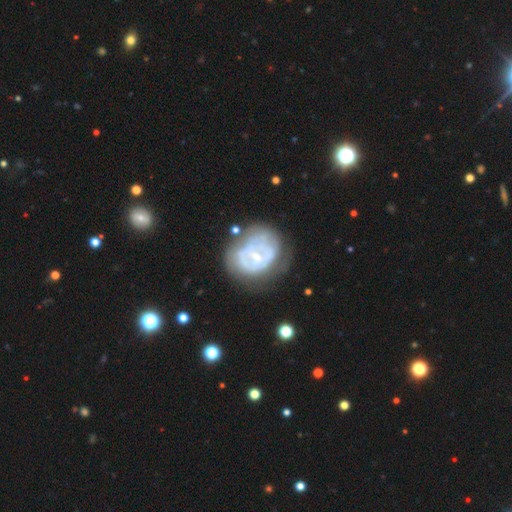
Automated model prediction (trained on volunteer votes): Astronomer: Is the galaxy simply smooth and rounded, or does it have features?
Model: featured or disk — 66%.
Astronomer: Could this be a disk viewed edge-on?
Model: no — 97%.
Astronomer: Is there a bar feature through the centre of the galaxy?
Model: no — 68%.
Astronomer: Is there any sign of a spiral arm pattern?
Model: no — 53% (runner-up: yes, 47%).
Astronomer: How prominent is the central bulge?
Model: small — 71%.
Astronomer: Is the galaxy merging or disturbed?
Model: none — 44% (runner-up: minor disturbance, 28%).